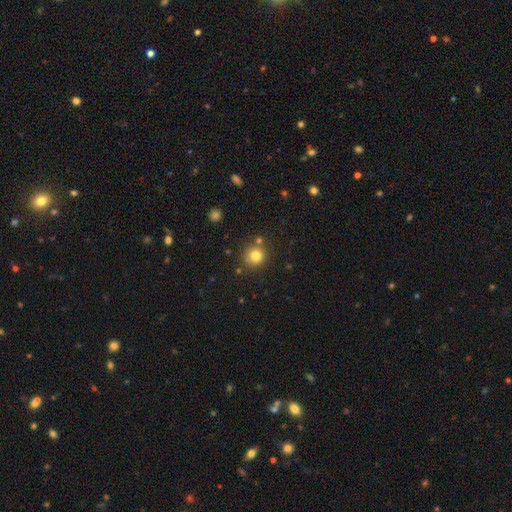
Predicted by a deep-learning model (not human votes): smooth 79%, star or artifact 13%, featured or disk 8%. Down the decision tree: how rounded — round (89%); merging — none (76%).